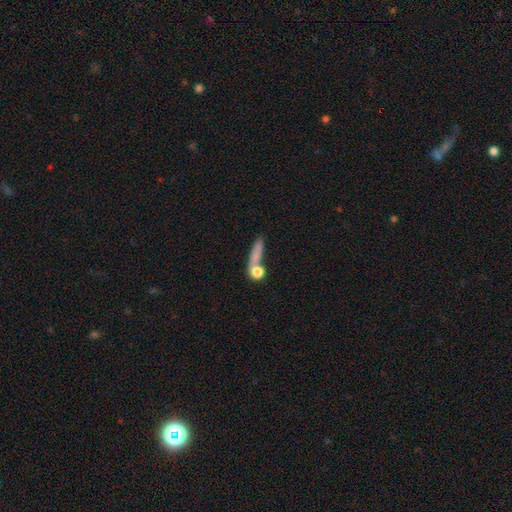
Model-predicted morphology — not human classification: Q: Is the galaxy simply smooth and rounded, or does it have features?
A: smooth — 70%.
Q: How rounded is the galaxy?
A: cigar-shaped — 49%.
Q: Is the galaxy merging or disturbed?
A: none — 48%.